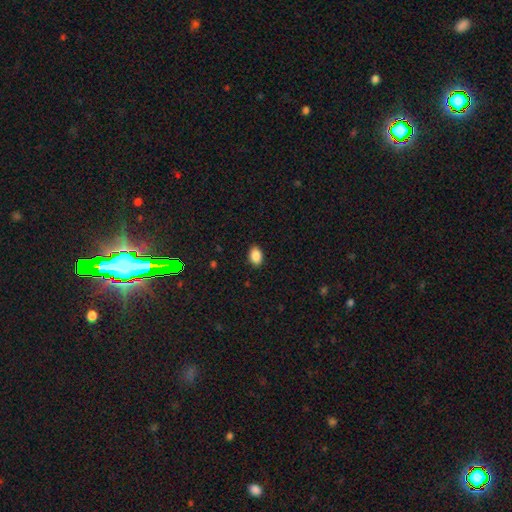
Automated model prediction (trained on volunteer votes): This is clearly a smooth galaxy (88%). How rounded: clearly in between (82%). Merging: clearly none (89%).